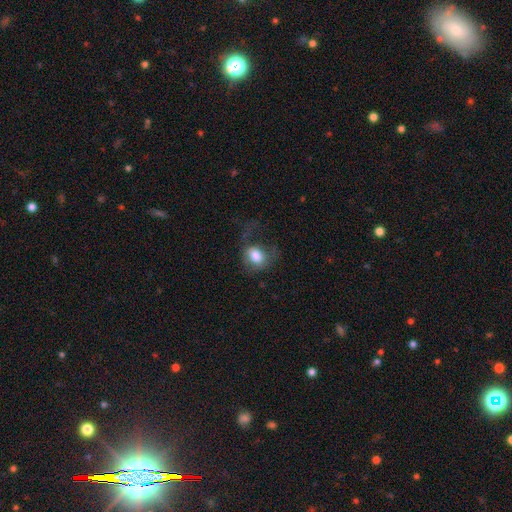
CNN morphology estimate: Smooth or featured? Predicted: smooth (p=0.75). How rounded? Predicted: round (p=0.53). Merging? Predicted: major disturbance (p=0.41).